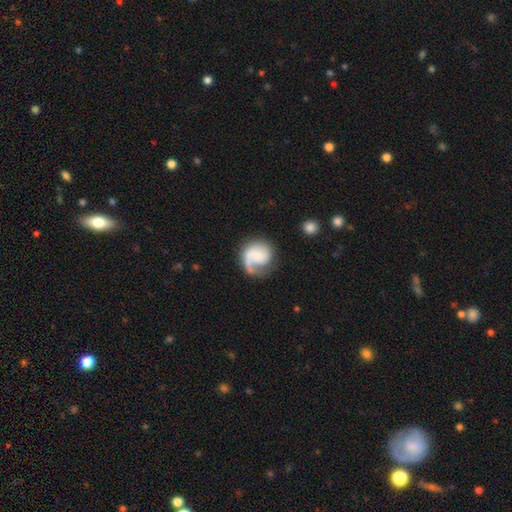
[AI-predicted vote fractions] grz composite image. It shows a featured or disk galaxy (67%) with no bar (68%), 1 (80%) medium (36%) spiral arms (92%) and no central bulge (42%). Merging: none (54%).